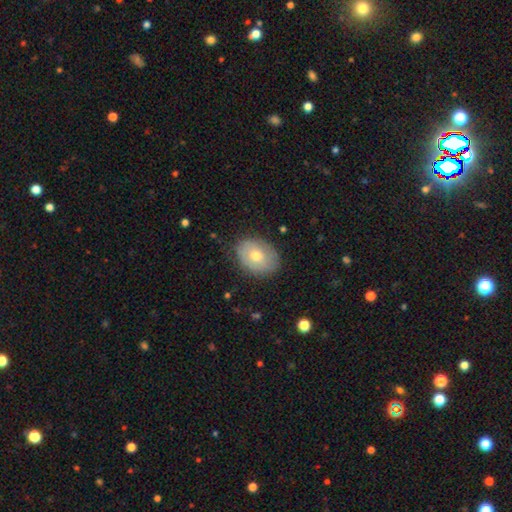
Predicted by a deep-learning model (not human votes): Smooth or featured?
  - smooth: 66% *
  - featured or disk: 27%
  - star or artifact: 7%
How rounded?
  - in between: 69% *
  - round: 30%
  - cigar-shaped: 1%
Merging?
  - none: 81% *
  - minor disturbance: 14%
  - major disturbance: 4%
  - merger: 1%